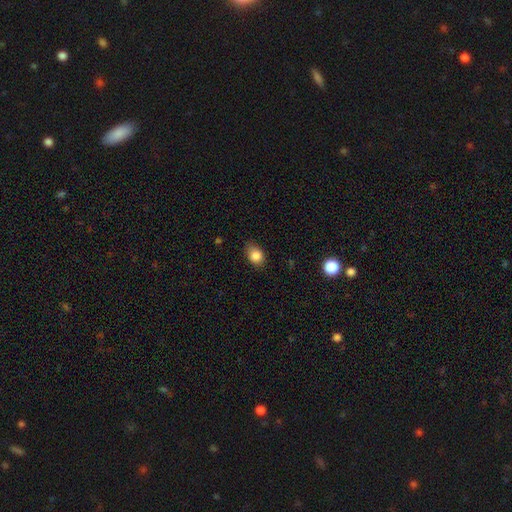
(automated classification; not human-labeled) Smooth or featured? smooth (85%)
How rounded? in between (64%)
Merging? none (74%)